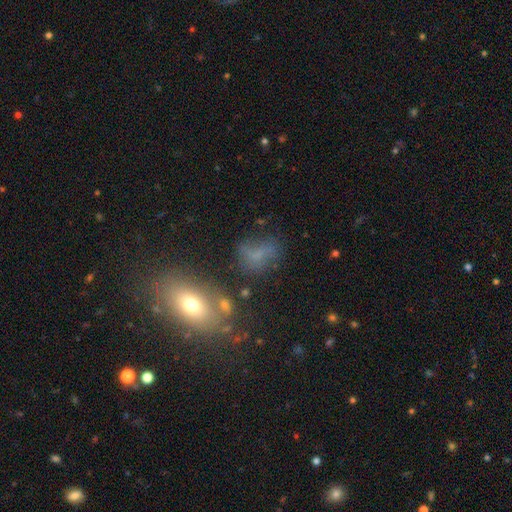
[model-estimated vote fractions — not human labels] smooth_or_featured: smooth (p=0.54) [alt: featured or disk p=0.24]
how_rounded: in between (p=0.70) [alt: round p=0.25]
merging: none (p=0.51) [alt: minor disturbance p=0.22]